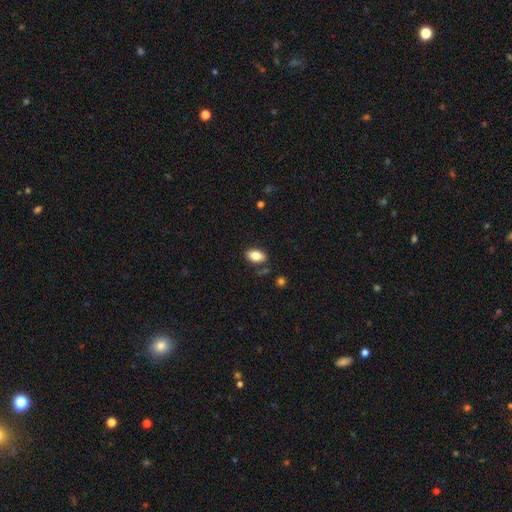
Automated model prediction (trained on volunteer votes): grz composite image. It shows a smooth galaxy with no disk features (81%) that is in between round and cigar-shaped (91%). Merging: none (82%).